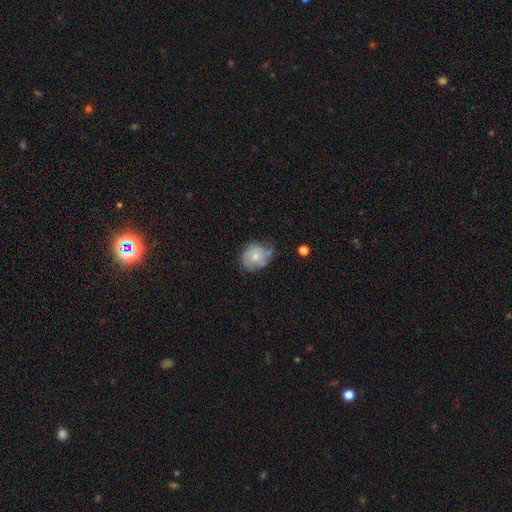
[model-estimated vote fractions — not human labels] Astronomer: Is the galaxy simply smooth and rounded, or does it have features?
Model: smooth — 47% (runner-up: featured or disk, 45%).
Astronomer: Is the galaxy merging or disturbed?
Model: none — 49% (runner-up: minor disturbance, 32%).